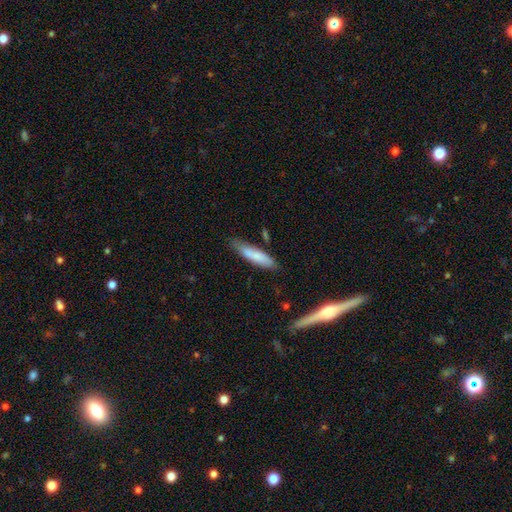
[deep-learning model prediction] The model was most divided on "how rounded": cigar-shaped: 73%, in between: 25%, round: 1%. More confident: smooth or featured — smooth (76%); merging — none (72%).